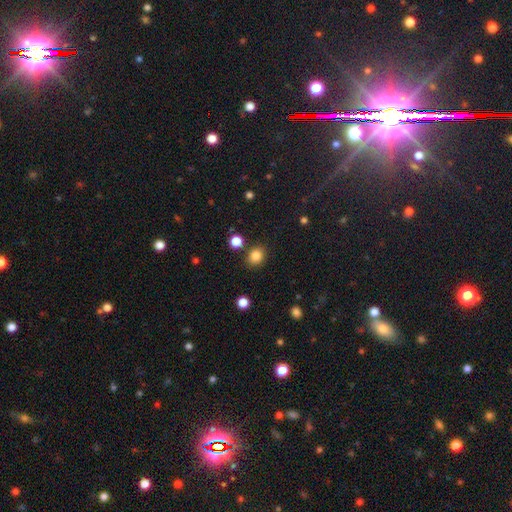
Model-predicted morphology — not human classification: Smooth or featured? smooth (84%)
How rounded? round (69%)
Merging? none (82%)